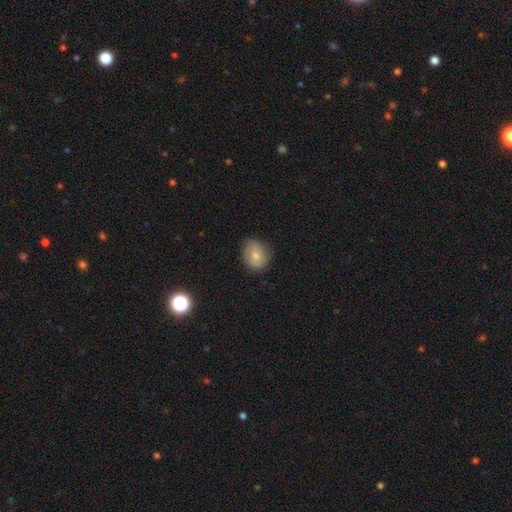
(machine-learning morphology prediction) Smooth or featured? Predicted: smooth (p=0.73). How rounded? Predicted: round (p=0.62). Merging? Predicted: none (p=0.77).